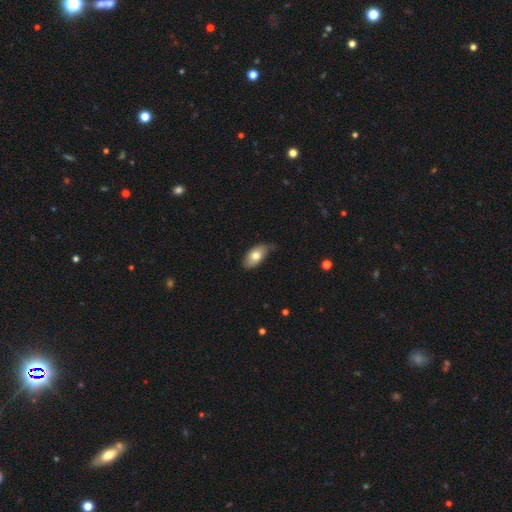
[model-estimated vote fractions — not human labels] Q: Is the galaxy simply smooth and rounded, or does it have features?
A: smooth — 74%.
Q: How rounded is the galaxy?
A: in between — 92%.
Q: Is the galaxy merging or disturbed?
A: none — 69%.